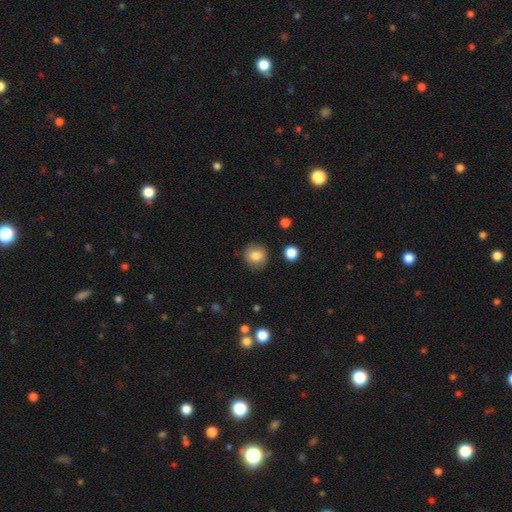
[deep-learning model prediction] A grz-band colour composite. It shows a smooth galaxy with no disk features (82%) that is round (84%). Merging: none (84%).